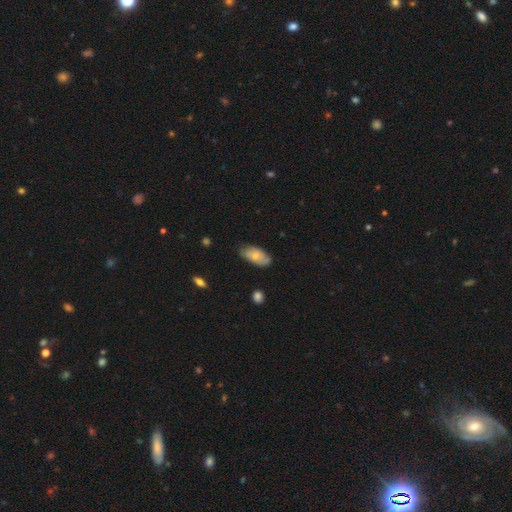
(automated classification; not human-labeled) The model was most divided on "smooth or featured": smooth: 65%, featured or disk: 29%, star or artifact: 6%. More confident: how rounded — in between (92%); merging — none (71%).